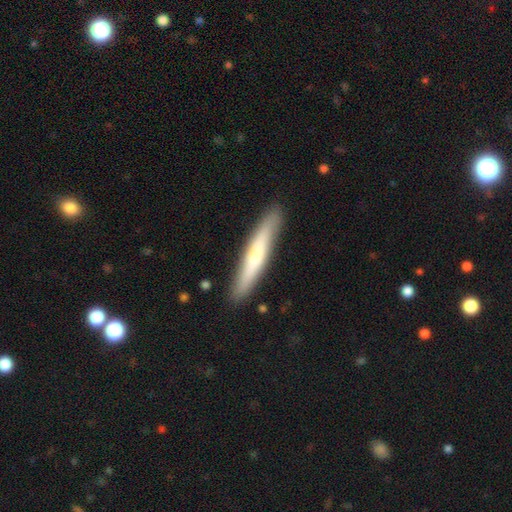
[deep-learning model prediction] Smooth or featured: smooth — 63% (featured or disk — 32%)
How rounded: cigar-shaped — 92% (in between — 7%)
Merging: none — 88% (minor disturbance — 9%)